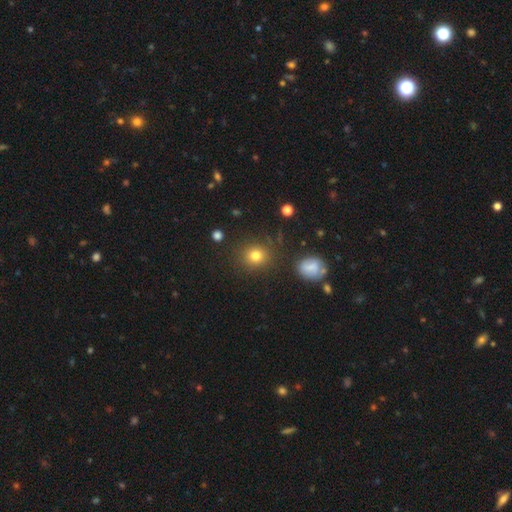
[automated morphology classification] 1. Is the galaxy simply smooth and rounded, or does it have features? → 78% smooth, 14% star or artifact, 7% featured or disk.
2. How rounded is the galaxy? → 85% round, 14% in between, 1% cigar-shaped.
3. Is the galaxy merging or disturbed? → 85% none, 8% minor disturbance, 3% major disturbance, 3% merger.